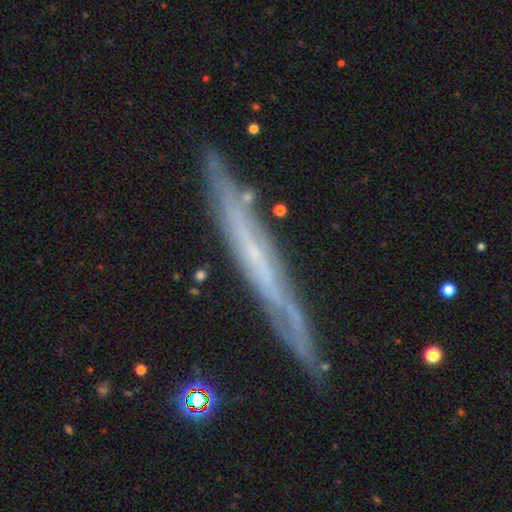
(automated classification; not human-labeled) Smooth or featured: featured or disk — 71% (smooth — 21%)
Edge-on disk: yes — 83% (no — 17%)
Edge-on bulge: none — 83% (rounded — 13%)
Merging: none — 82% (minor disturbance — 14%)